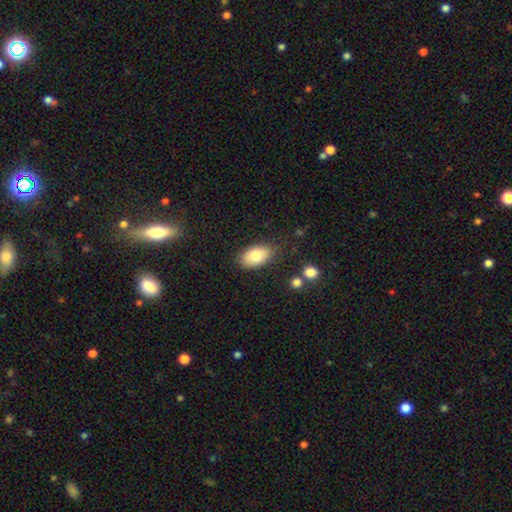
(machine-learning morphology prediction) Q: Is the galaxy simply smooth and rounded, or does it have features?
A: smooth — 80%.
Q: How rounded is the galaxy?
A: in between — 92%.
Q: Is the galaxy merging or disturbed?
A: none — 81%.